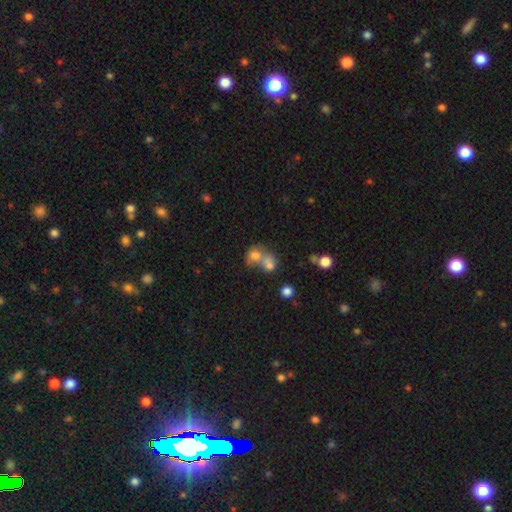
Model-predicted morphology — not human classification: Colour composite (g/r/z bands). It shows a smooth galaxy with no disk features (67%) that is round (66%). Merging: merger (65%).